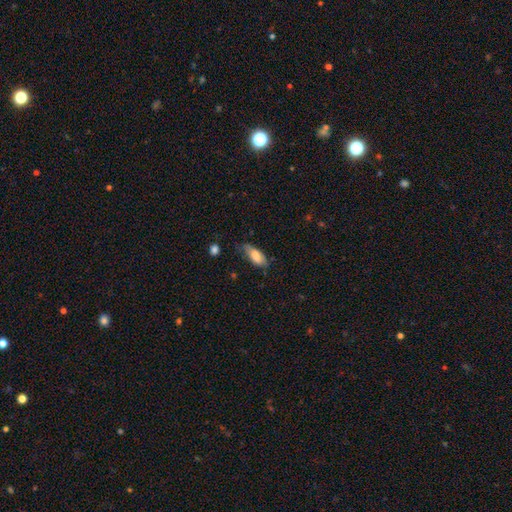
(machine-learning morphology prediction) smooth 76%, featured or disk 18%, star or artifact 7%. Down the decision tree: how rounded — in between (82%); merging — none (54%).